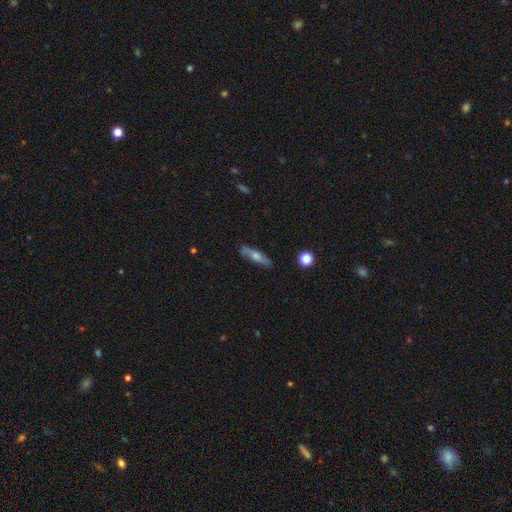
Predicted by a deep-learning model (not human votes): Smooth or featured: featured or disk — 49% (smooth — 42%)
Merging: none — 82% (minor disturbance — 13%)